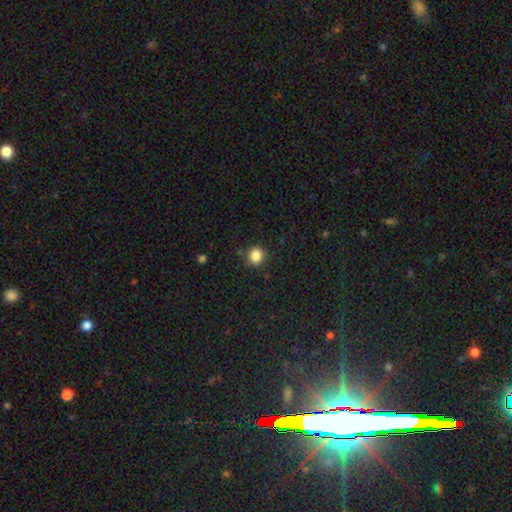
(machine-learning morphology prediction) smooth 86%, star or artifact 11%, featured or disk 4%. Down the decision tree: how rounded — round (86%); merging — none (88%).